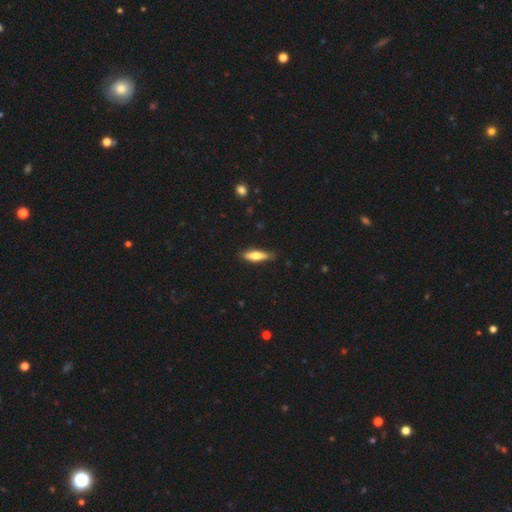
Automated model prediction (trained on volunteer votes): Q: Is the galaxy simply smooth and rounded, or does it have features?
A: smooth — 61%.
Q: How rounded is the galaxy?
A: cigar-shaped — 62%.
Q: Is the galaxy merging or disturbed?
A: none — 82%.